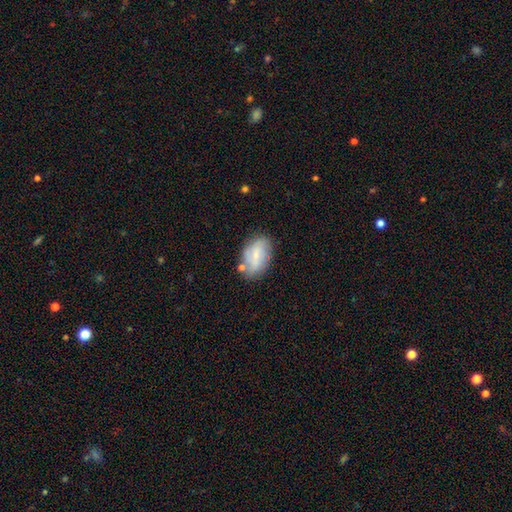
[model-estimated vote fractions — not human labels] Smooth or featured? smooth (54%)
How rounded? in between (90%)
Merging? none (63%)